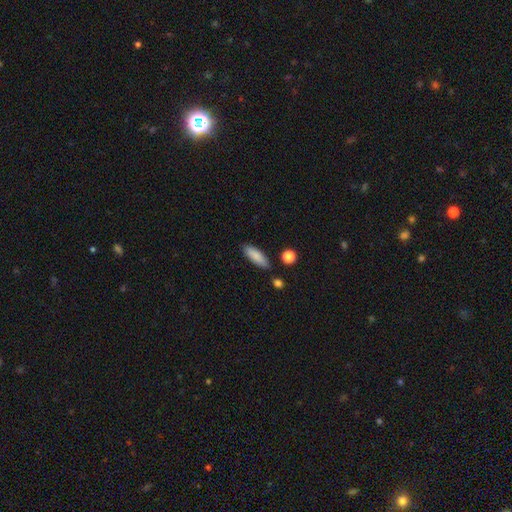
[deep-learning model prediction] Smooth or featured: smooth — 86% (featured or disk — 8%)
How rounded: in between — 57% (cigar-shaped — 41%)
Merging: none — 83% (minor disturbance — 11%)